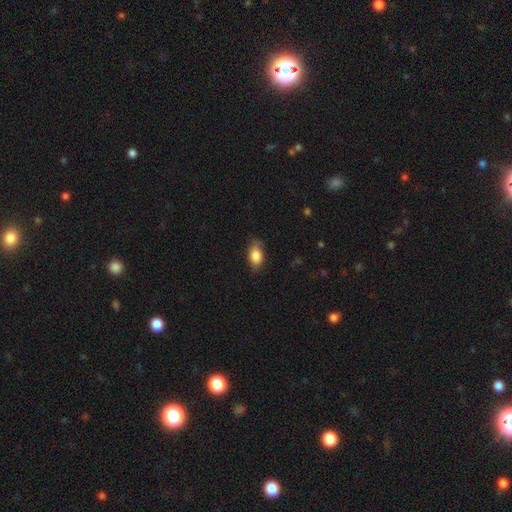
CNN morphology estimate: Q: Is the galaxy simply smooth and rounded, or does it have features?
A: smooth — 85%.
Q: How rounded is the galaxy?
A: in between — 89%.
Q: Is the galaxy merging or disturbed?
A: none — 74%.